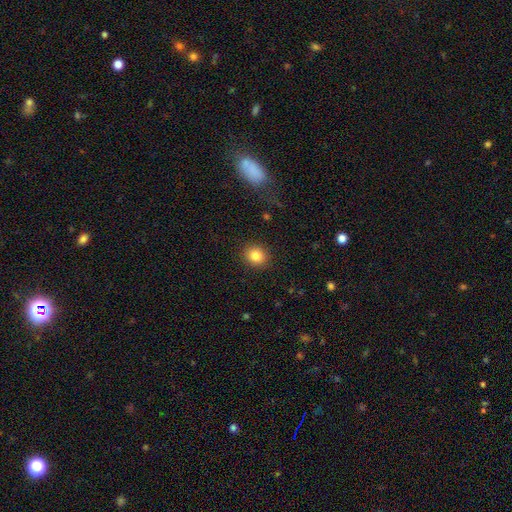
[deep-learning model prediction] The model was most divided on "how rounded": round: 78%, in between: 21%, cigar-shaped: 1%. More confident: merging — none (90%); smooth or featured — smooth (84%).